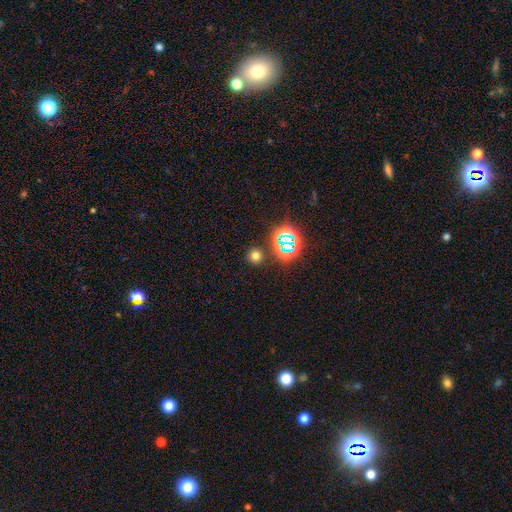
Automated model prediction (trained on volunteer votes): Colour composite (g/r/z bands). It shows a smooth galaxy with no disk features (65%) that is round (91%). Merging: none (87%).